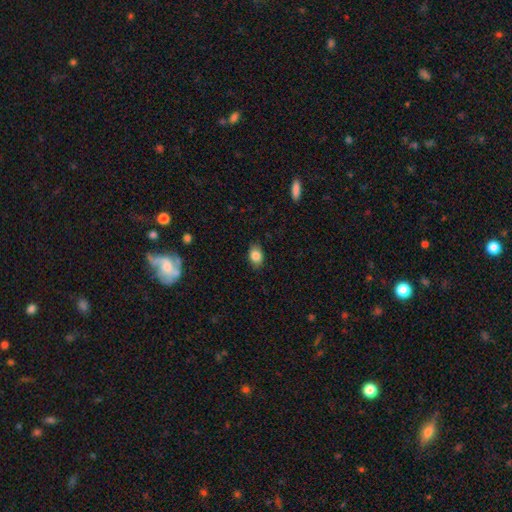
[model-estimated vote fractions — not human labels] Smooth or featured: smooth — 84% (star or artifact — 9%)
How rounded: in between — 80% (round — 18%)
Merging: none — 84% (minor disturbance — 13%)